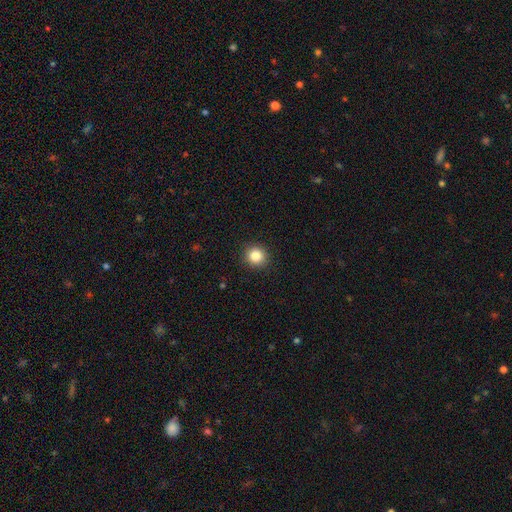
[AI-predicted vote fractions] smooth-or-featured: smooth: 85% | star or artifact: 10% | featured or disk: 5%
  how-rounded: round: 91% | in between: 8% | cigar-shaped: 1%
  merging: none: 92% | minor disturbance: 5% | major disturbance: 2% | merger: 1%